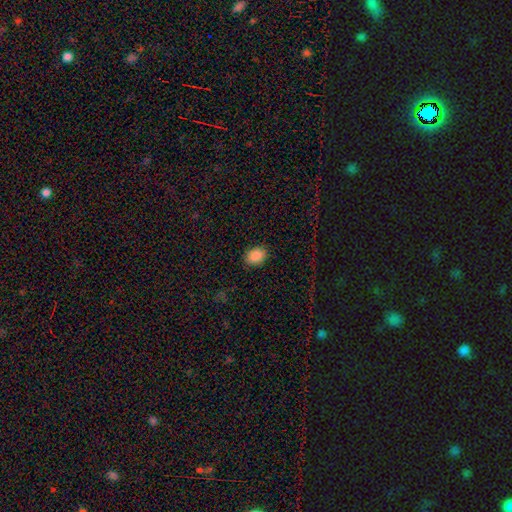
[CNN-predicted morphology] A smooth galaxy with no disk features (88%) that is in between round and cigar-shaped (69%). Merging: none (88%).